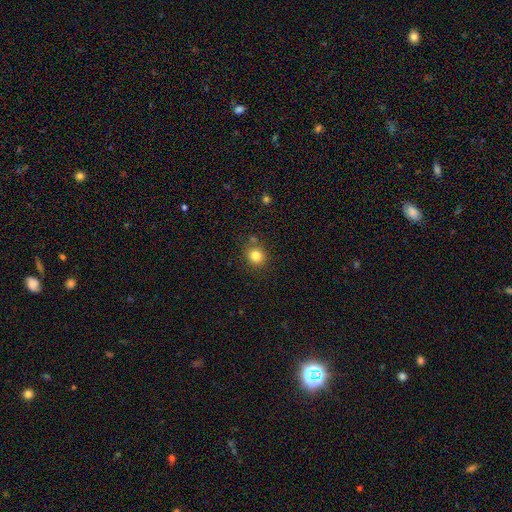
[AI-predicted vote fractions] Q: Smooth or featured?
A: smooth (82%); runner-up: star or artifact (12%)
Q: How rounded?
A: round (83%); runner-up: in between (16%)
Q: Merging?
A: none (80%); runner-up: minor disturbance (10%)